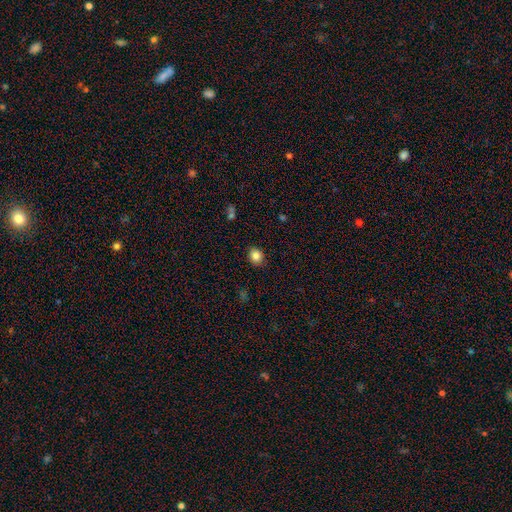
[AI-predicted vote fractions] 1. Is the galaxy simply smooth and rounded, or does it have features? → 84% smooth, 10% star or artifact, 6% featured or disk.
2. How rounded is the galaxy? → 58% round, 41% in between, 1% cigar-shaped.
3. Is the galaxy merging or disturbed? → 88% none, 9% minor disturbance, 2% major disturbance, 1% merger.